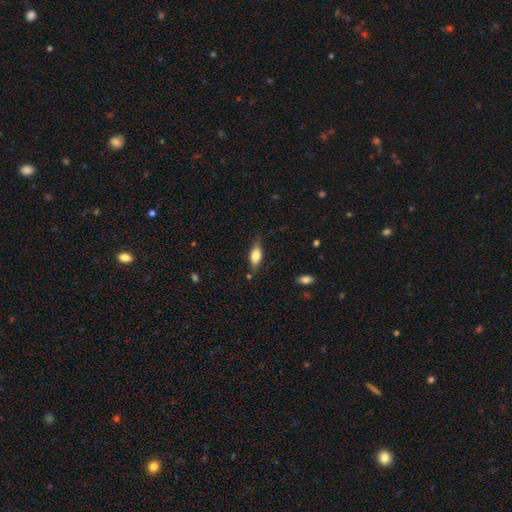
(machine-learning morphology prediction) smooth-or-featured: smooth: 71% | featured or disk: 22% | star or artifact: 7%
  how-rounded: in between: 77% | cigar-shaped: 20% | round: 3%
  merging: none: 70% | minor disturbance: 22% | major disturbance: 5% | merger: 2%